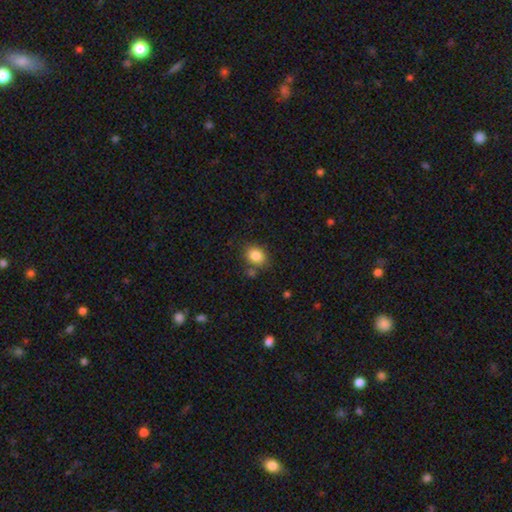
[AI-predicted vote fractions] This appears to be a smooth galaxy with no disk features (85%) that is in between round and cigar-shaped (53%). Merging: none (75%).